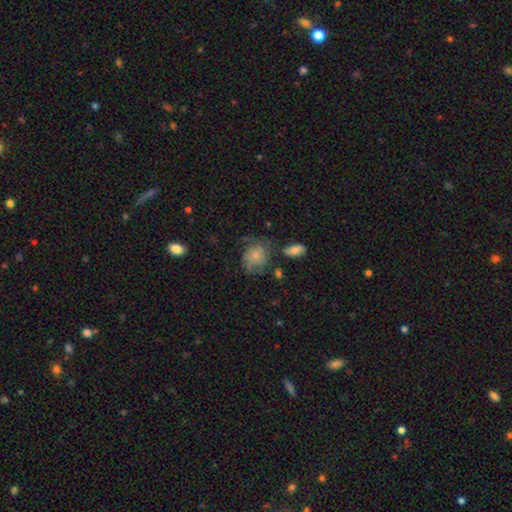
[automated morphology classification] Smooth or featured?
  - smooth: 55% *
  - featured or disk: 36%
  - star or artifact: 9%
How rounded?
  - round: 68% *
  - in between: 31%
  - cigar-shaped: 1%
Merging?
  - none: 48% *
  - minor disturbance: 27%
  - major disturbance: 20%
  - merger: 5%